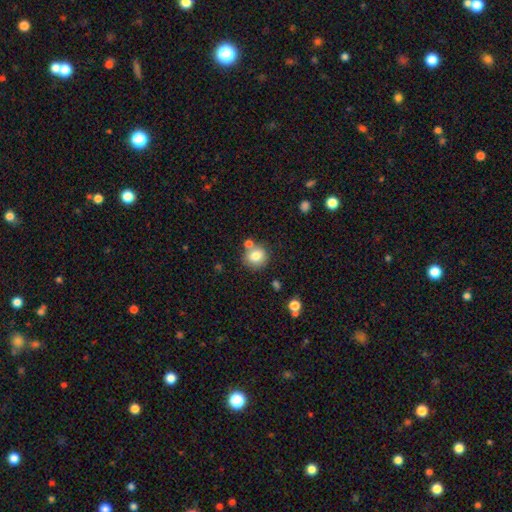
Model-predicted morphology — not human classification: Q: Smooth or featured?
A: smooth (80%); runner-up: star or artifact (10%)
Q: How rounded?
A: round (83%); runner-up: in between (16%)
Q: Merging?
A: none (71%); runner-up: merger (15%)